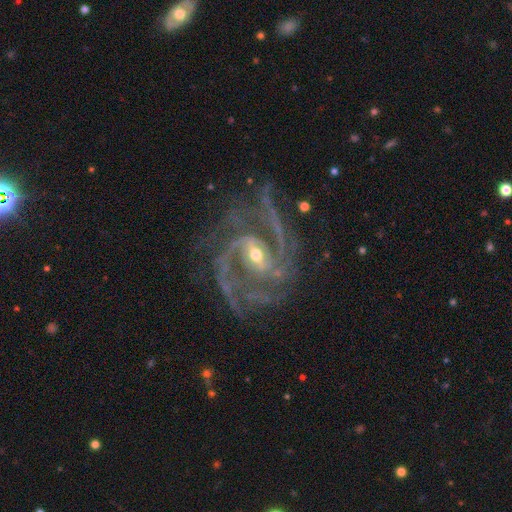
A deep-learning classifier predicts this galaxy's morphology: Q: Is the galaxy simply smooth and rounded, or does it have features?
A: featured or disk — 93%.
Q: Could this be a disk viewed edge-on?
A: no — 98%.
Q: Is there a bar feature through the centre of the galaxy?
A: weak — 44%.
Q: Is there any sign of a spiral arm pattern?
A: yes — 98%.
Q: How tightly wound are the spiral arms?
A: medium — 53%.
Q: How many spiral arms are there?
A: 2 — 48%.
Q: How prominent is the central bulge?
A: small — 50%.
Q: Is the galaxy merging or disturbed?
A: none — 65%.